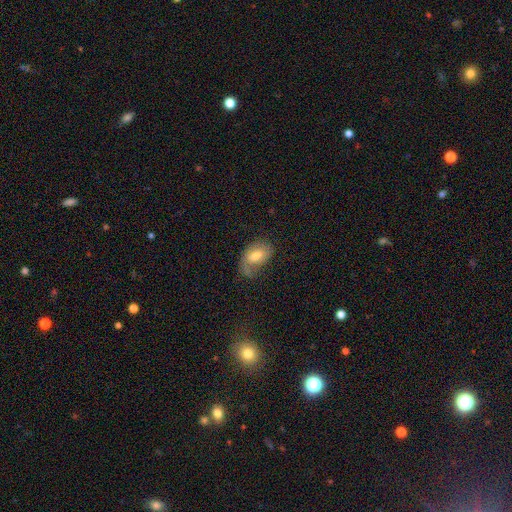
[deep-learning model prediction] Q: Smooth or featured?
A: smooth (53%); runner-up: featured or disk (37%)
Q: How rounded?
A: in between (87%); runner-up: round (11%)
Q: Merging?
A: none (40%); runner-up: minor disturbance (31%)